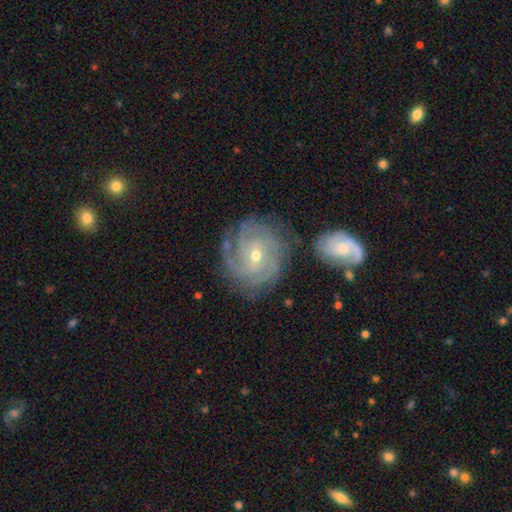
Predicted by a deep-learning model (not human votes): Smooth or featured?
  - featured or disk: 84% *
  - smooth: 9%
  - star or artifact: 7%
Edge-on disk?
  - no: 97% *
  - yes: 3%
Bar?
  - no: 62% *
  - weak: 31%
  - strong: 7%
Spiral arms?
  - yes: 96% *
  - no: 4%
Spiral winding?
  - tight: 68% *
  - medium: 25%
  - loose: 6%
Spiral arm count?
  - 3: 31% *
  - can't tell: 25%
  - 4: 19%
  - 2: 12%
  - more than 4: 6%
  - 1: 6%
Bulge size?
  - small: 51% *
  - moderate: 46%
  - large: 1%
  - none: 1%
  - dominant: 1%
Merging?
  - none: 69% *
  - minor disturbance: 16%
  - merger: 8%
  - major disturbance: 7%